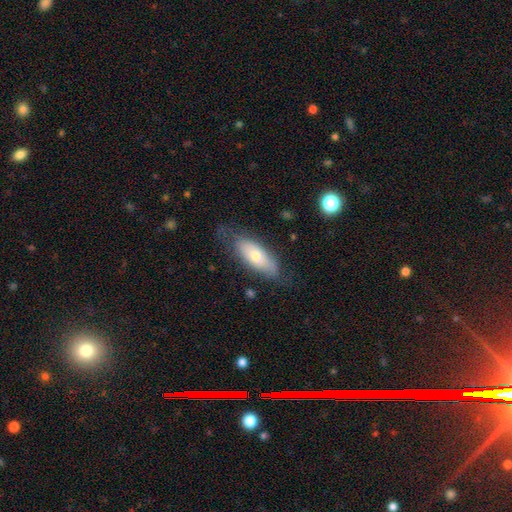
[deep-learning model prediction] smooth-or-featured: smooth: 64% | featured or disk: 30% | star or artifact: 7%
  how-rounded: in between: 72% | cigar-shaped: 26% | round: 2%
  merging: none: 67% | minor disturbance: 23% | major disturbance: 8% | merger: 2%